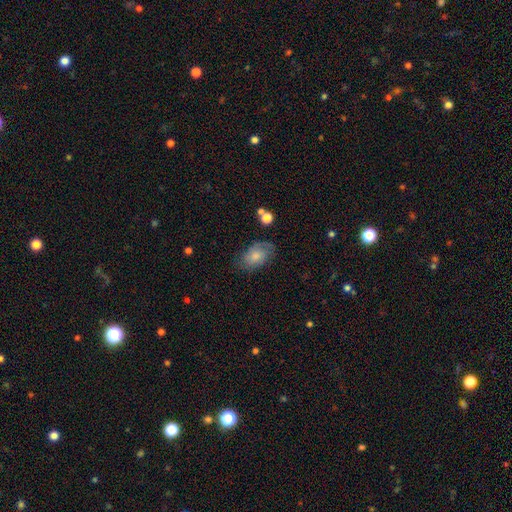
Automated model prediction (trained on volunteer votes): Smooth or featured?
  - smooth: 57% *
  - featured or disk: 35%
  - star or artifact: 8%
How rounded?
  - in between: 87% *
  - round: 11%
  - cigar-shaped: 2%
Merging?
  - none: 66% *
  - minor disturbance: 23%
  - major disturbance: 9%
  - merger: 2%